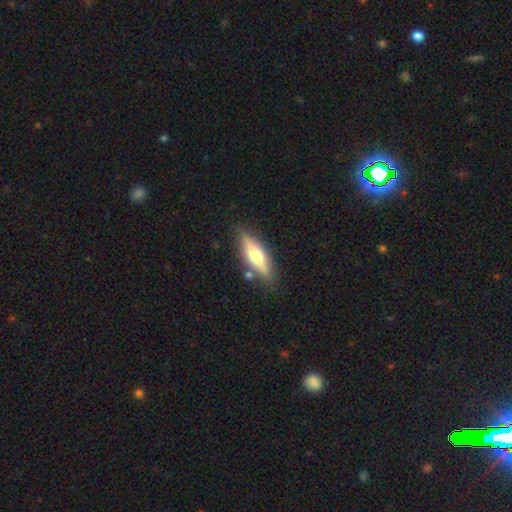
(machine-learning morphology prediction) Smooth or featured?
  - featured or disk: 62% *
  - smooth: 32%
  - star or artifact: 6%
Edge-on disk?
  - yes: 94% *
  - no: 6%
Edge-on bulge?
  - rounded: 90% *
  - boxy: 6%
  - none: 4%
Merging?
  - none: 84% *
  - minor disturbance: 11%
  - merger: 3%
  - major disturbance: 2%